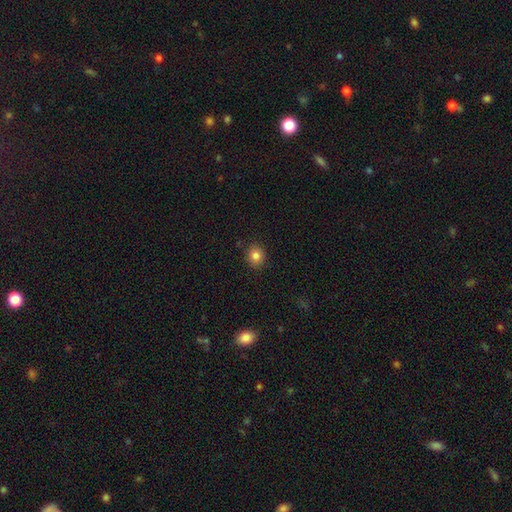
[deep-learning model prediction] Smooth or featured? Predicted: smooth (p=0.83). How rounded? Predicted: round (p=0.83). Merging? Predicted: none (p=0.90).